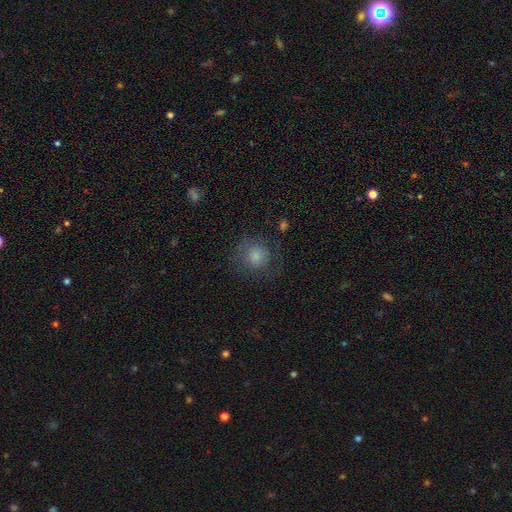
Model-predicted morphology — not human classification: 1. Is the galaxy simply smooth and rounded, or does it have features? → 67% smooth, 17% featured or disk, 16% star or artifact.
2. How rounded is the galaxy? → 90% round, 9% in between, 1% cigar-shaped.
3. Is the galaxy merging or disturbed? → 75% none, 15% minor disturbance, 9% major disturbance, 1% merger.